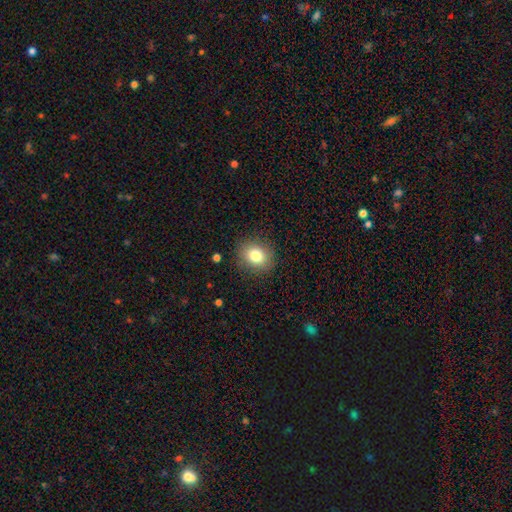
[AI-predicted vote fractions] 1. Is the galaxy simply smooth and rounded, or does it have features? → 80% smooth, 11% star or artifact, 9% featured or disk.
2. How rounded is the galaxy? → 68% round, 31% in between, 1% cigar-shaped.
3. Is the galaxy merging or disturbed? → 88% none, 8% minor disturbance, 3% major disturbance, 1% merger.